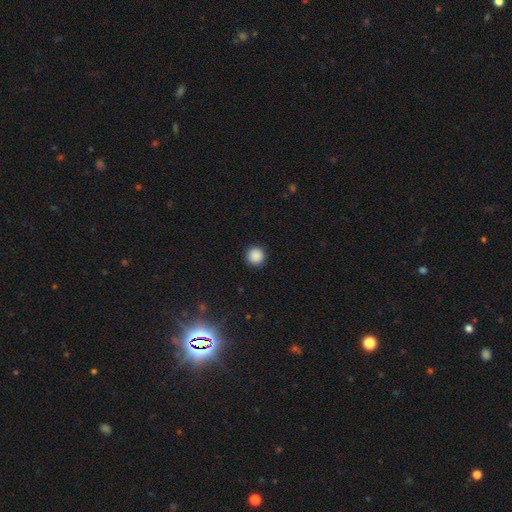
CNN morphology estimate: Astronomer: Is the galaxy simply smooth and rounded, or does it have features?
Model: smooth — 88%.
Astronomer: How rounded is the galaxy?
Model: round — 96%.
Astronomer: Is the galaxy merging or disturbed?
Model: none — 92%.